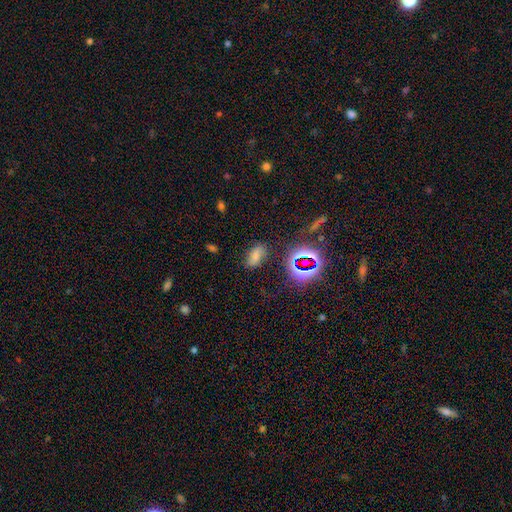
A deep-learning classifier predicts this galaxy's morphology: type=smooth (56%); roundness=in between (88%); merging=none (69%).